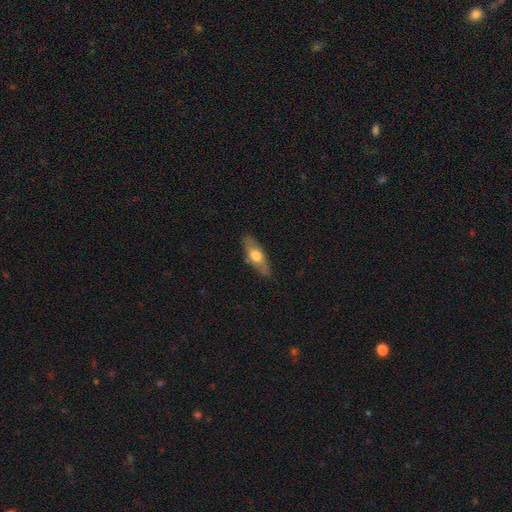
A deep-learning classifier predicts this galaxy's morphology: Smooth or featured?
  - smooth: 56% *
  - featured or disk: 38%
  - star or artifact: 6%
How rounded?
  - in between: 59% *
  - cigar-shaped: 38%
  - round: 3%
Merging?
  - none: 83% *
  - minor disturbance: 13%
  - major disturbance: 3%
  - merger: 1%